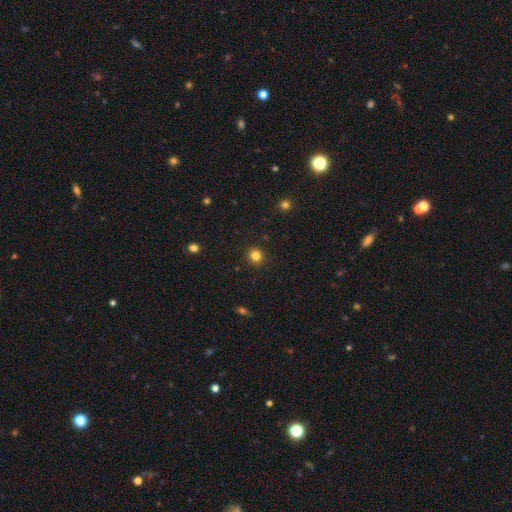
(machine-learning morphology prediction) A smooth galaxy with no disk features (83%) that is round (94%).

Vote fractions:
- Smooth or featured? smooth: 83% / star or artifact: 13% / featured or disk: 4%
- How rounded? round: 94% / in between: 5% / cigar-shaped: 1%
- Merging? none: 92% / minor disturbance: 5% / major disturbance: 2% / merger: 1%